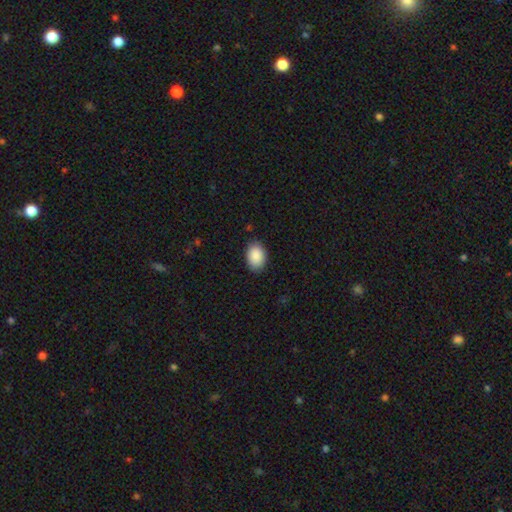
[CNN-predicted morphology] Smooth or featured? smooth (90%)
How rounded? in between (86%)
Merging? none (86%)